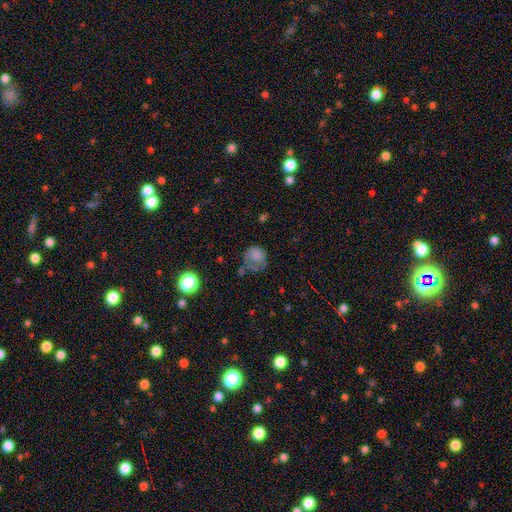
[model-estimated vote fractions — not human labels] Smooth or featured? Predicted: smooth (p=0.72). How rounded? Predicted: round (p=0.75). Merging? Predicted: none (p=0.36).